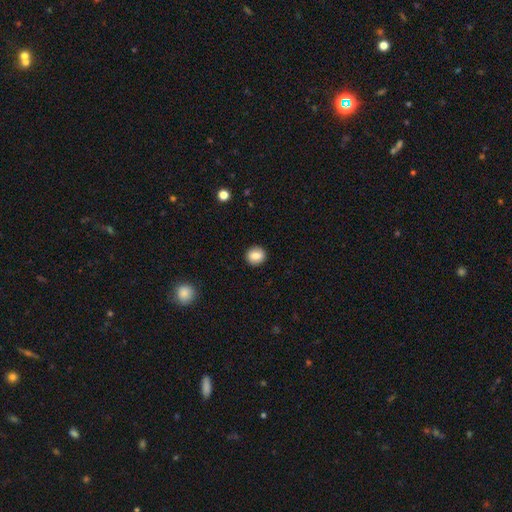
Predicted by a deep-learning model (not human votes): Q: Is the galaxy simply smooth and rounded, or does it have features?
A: smooth — 82%.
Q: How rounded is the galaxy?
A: round — 83%.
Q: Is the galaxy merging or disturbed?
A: none — 90%.